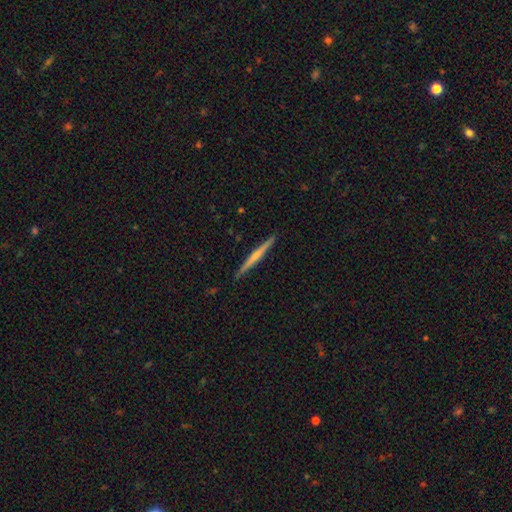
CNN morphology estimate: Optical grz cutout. It shows a featured or disk galaxy (60%) viewed edge-on (98%) with no central bulge (47%). Merging: none (91%).